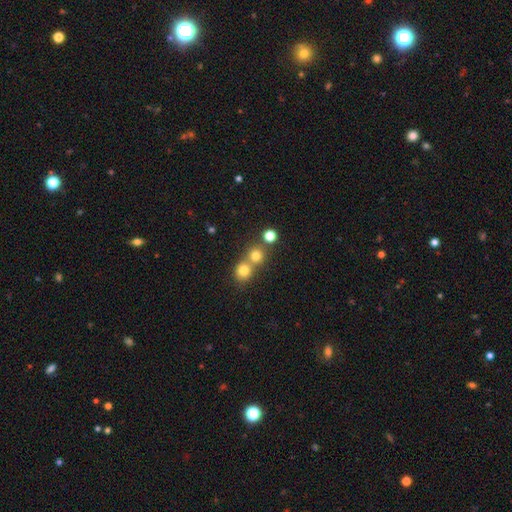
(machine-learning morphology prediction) A smooth galaxy with no disk features (75%) that is round (88%). Merging: none (51%).